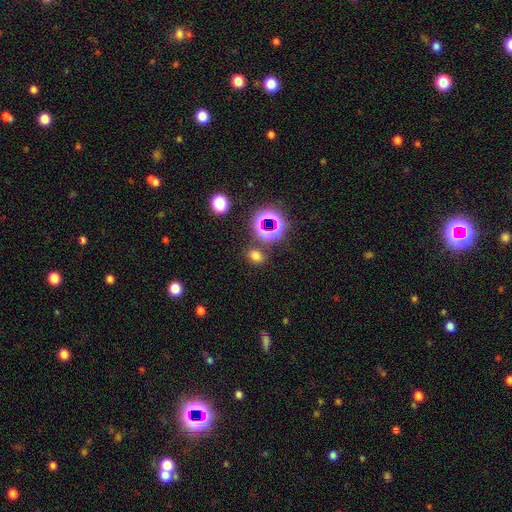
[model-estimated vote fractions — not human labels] Q: Smooth or featured?
A: smooth (64%); runner-up: star or artifact (29%)
Q: How rounded?
A: in between (62%); runner-up: round (36%)
Q: Merging?
A: none (78%); runner-up: minor disturbance (10%)